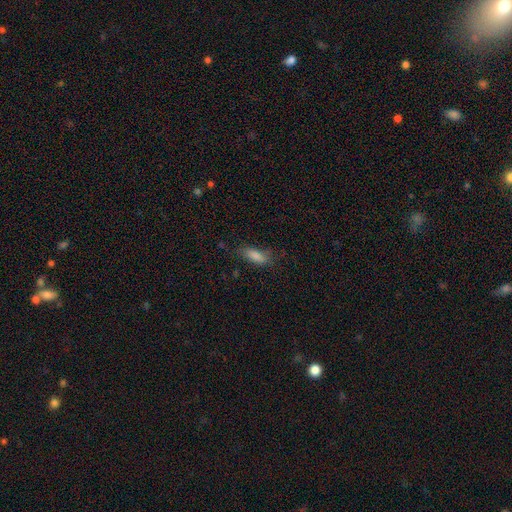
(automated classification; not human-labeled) Smooth or featured: smooth — 81% (featured or disk — 10%)
How rounded: in between — 66% (cigar-shaped — 32%)
Merging: none — 67% (minor disturbance — 23%)